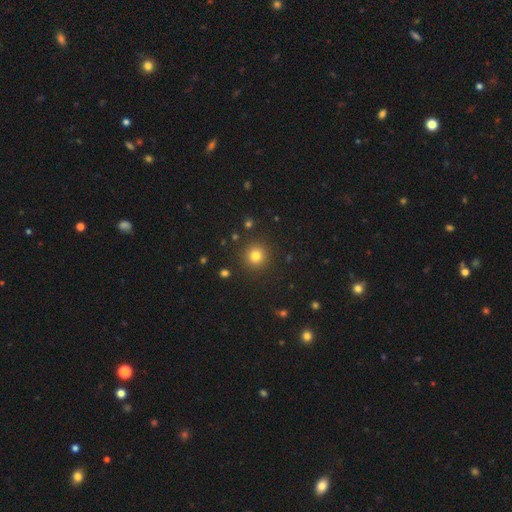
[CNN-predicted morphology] Smooth or featured?
  - smooth: 80% *
  - star or artifact: 14%
  - featured or disk: 6%
How rounded?
  - round: 94% *
  - in between: 5%
  - cigar-shaped: 1%
Merging?
  - none: 91% *
  - minor disturbance: 6%
  - major disturbance: 2%
  - merger: 2%